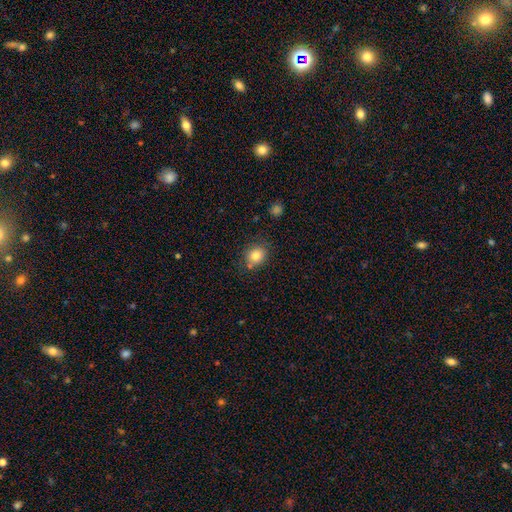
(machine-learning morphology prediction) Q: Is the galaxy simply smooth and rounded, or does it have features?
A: smooth — 81%.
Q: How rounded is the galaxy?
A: round — 75%.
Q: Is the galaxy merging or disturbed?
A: none — 74%.